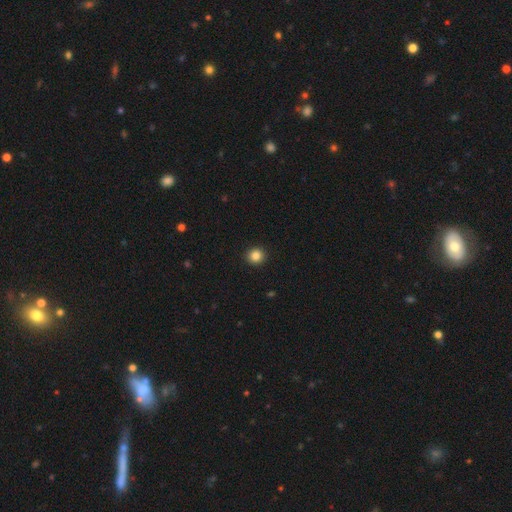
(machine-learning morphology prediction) smooth_or_featured: smooth (p=0.85) [alt: star or artifact p=0.11]
how_rounded: round (p=0.91) [alt: in between p=0.08]
merging: none (p=0.93) [alt: minor disturbance p=0.05]